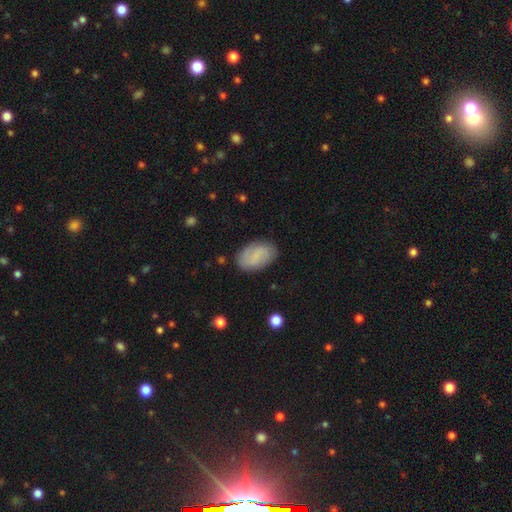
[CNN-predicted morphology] This appears to be a smooth galaxy with no disk features (70%) that is in between round and cigar-shaped (92%). Merging: none (83%).